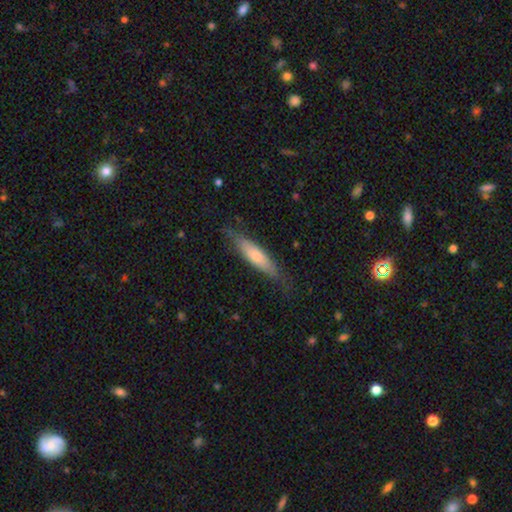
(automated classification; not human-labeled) Smooth or featured? Predicted: smooth (p=0.67). How rounded? Predicted: cigar-shaped (p=0.73). Merging? Predicted: none (p=0.74).